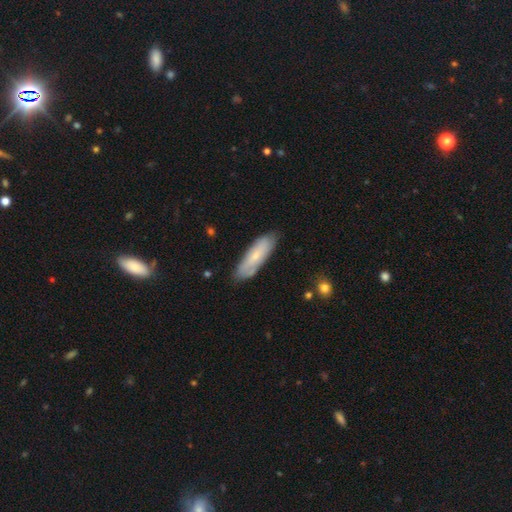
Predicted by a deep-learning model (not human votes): Smooth or featured? smooth (60%)
How rounded? in between (49%, tied with cigar-shaped)
Merging? none (79%)